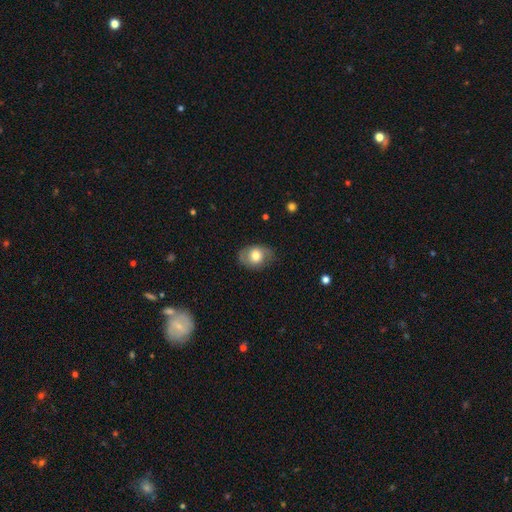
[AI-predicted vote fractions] Overall: smooth (66%). How rounded: in between (60%; round 39%). Merging: none (72%).